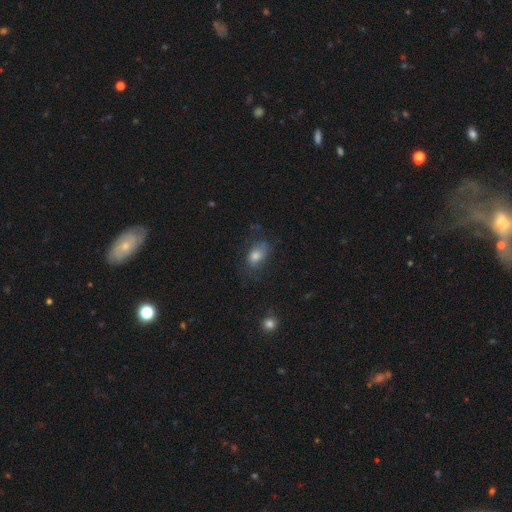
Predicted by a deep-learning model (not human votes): Smooth or featured? smooth (67%)
How rounded? in between (78%)
Merging? none (57%)